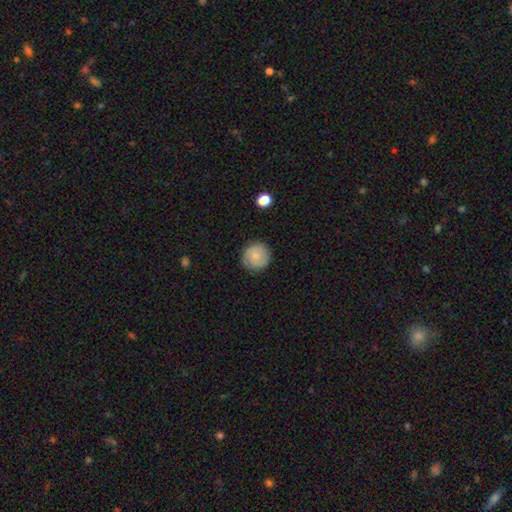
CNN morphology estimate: This appears to be a smooth galaxy with no disk features (63%) that is round (93%). Merging: none (84%).